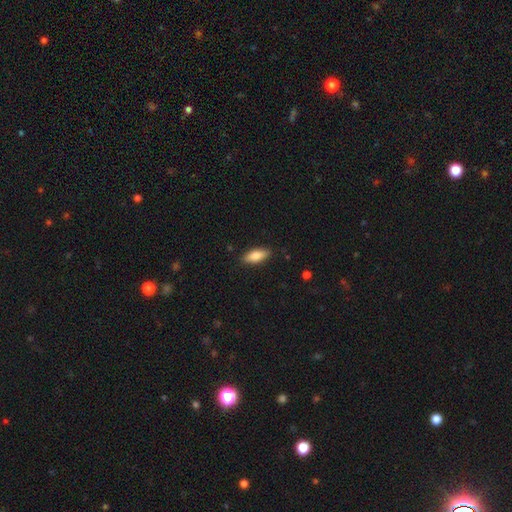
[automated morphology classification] Overall: smooth (83%). How rounded: in between (77%). Merging: none (88%).